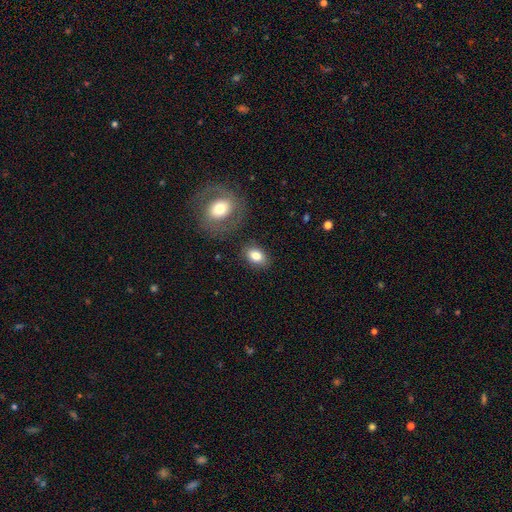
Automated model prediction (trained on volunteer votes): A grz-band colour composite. It shows a smooth galaxy with no disk features (81%) that is in between round and cigar-shaped (80%). Merging: none (83%).